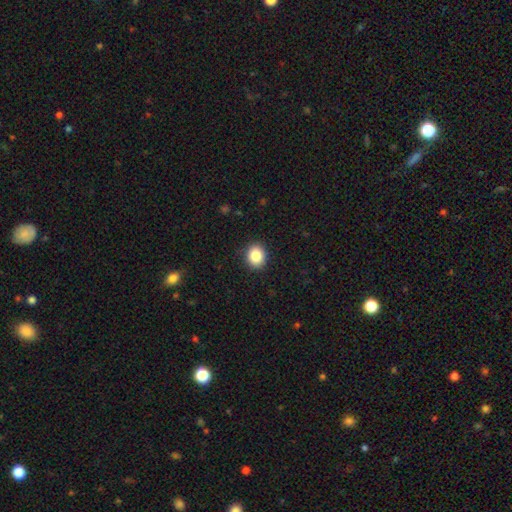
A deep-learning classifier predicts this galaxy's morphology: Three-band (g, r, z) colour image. It shows a smooth galaxy with no disk features (86%) that is round (65%). Merging: none (90%).